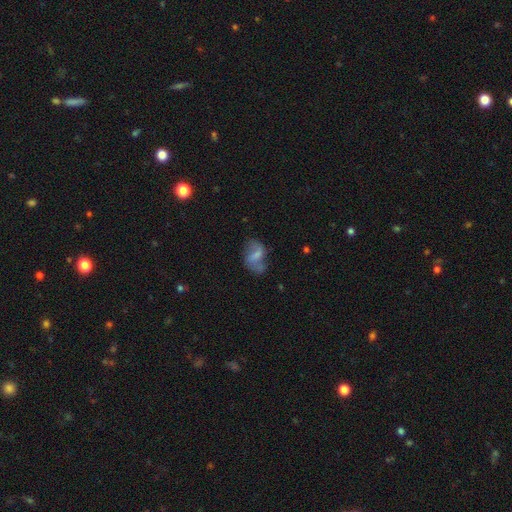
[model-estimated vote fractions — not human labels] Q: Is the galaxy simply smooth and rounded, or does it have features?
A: featured or disk — 50%.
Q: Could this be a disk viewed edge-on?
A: no — 96%.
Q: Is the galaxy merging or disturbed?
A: none — 45%.